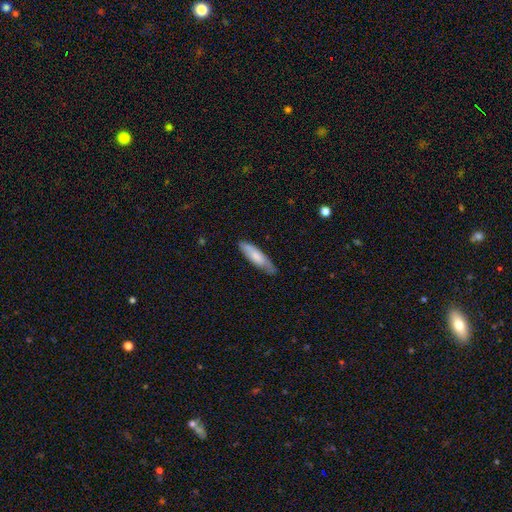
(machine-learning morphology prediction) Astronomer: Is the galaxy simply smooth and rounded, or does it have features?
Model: smooth — 71%.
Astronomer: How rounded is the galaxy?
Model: cigar-shaped — 63%.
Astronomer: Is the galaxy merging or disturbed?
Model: none — 75%.